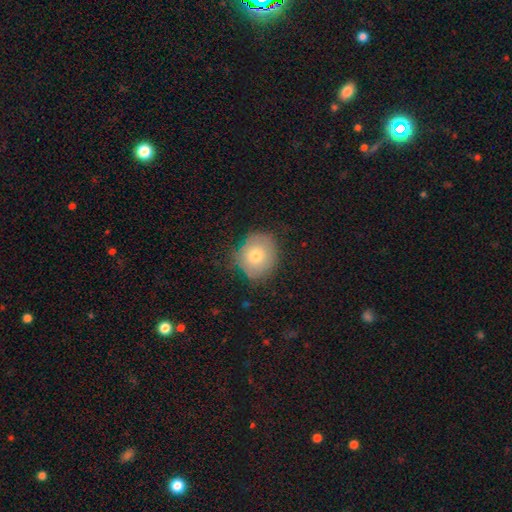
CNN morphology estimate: Overall: smooth (70%). How rounded: round (77%). Merging: none (72%).